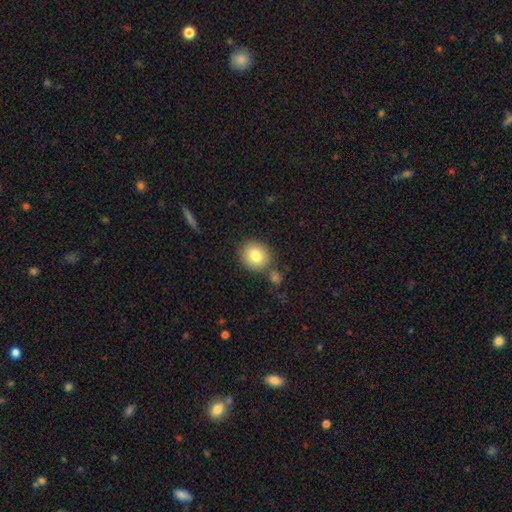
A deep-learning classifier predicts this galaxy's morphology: smooth_or_featured: smooth (p=0.82) [alt: featured or disk p=0.10]
how_rounded: round (p=0.83) [alt: in between p=0.17]
merging: none (p=0.75) [alt: merger p=0.11]